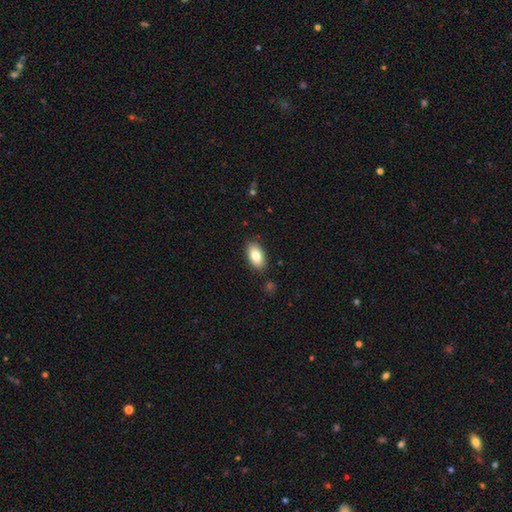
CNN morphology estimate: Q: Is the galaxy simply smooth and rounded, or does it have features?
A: smooth — 82%.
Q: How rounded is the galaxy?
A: in between — 93%.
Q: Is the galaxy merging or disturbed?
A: none — 87%.